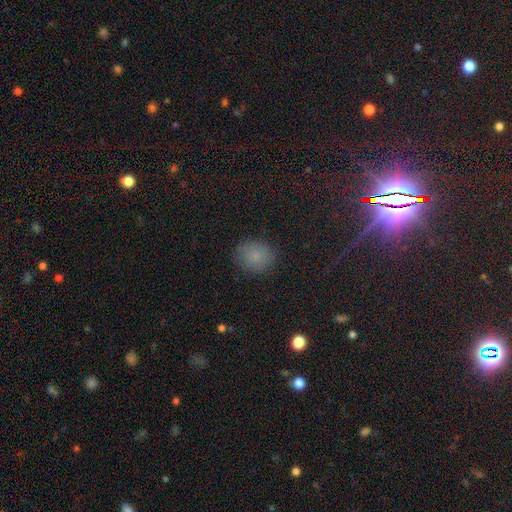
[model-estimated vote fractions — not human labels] Q: Smooth or featured?
A: smooth (79%); runner-up: star or artifact (14%)
Q: How rounded?
A: round (77%); runner-up: in between (22%)
Q: Merging?
A: none (87%); runner-up: minor disturbance (9%)